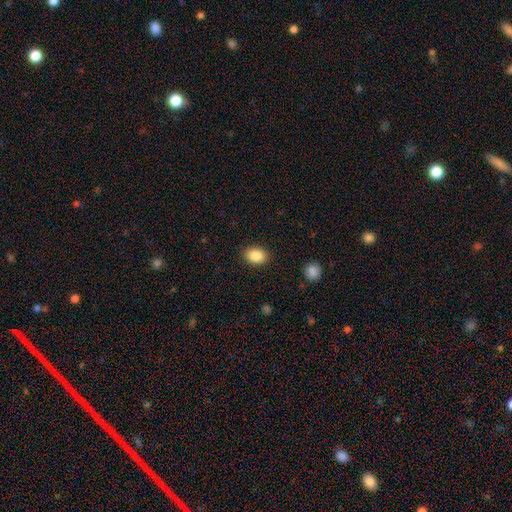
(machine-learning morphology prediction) This appears to be a smooth galaxy with no disk features (87%) that is in between round and cigar-shaped (72%). Merging: none (88%).